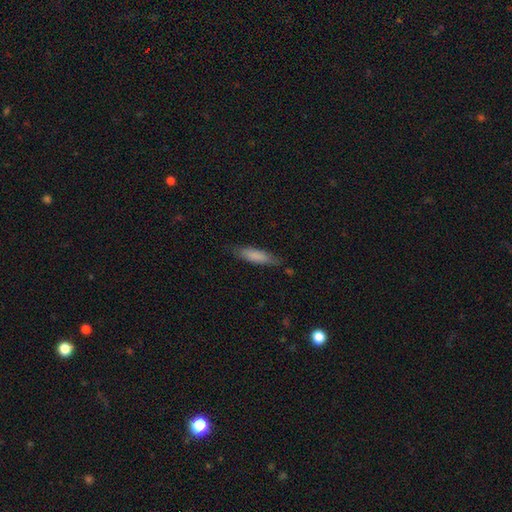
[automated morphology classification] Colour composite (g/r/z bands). It shows a smooth galaxy with no disk features (80%) that is cigar-shaped (68%). Merging: none (78%).